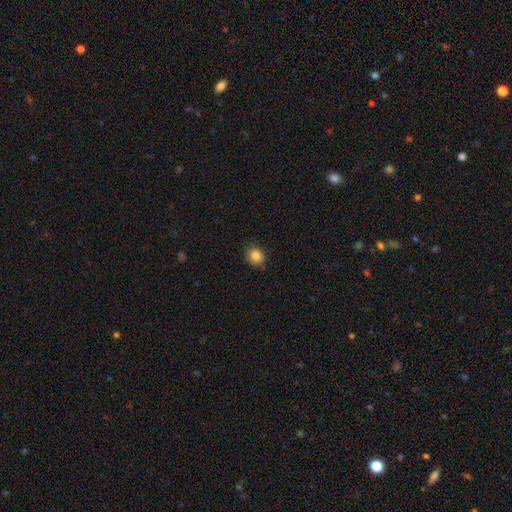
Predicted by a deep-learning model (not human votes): A smooth galaxy with no disk features (85%) that is round (74%). Merging: none (84%).